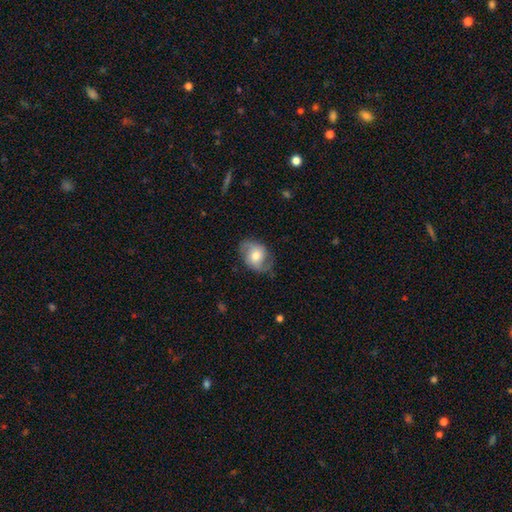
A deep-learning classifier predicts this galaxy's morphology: Smooth or featured: featured or disk — 58% (smooth — 35%)
Edge-on disk: no — 96% (yes — 4%)
Bar: no — 62% (weak — 30%)
Spiral arms: yes — 83% (no — 17%)
Bulge size: moderate — 68% (small — 19%)
Merging: none — 70% (minor disturbance — 21%)